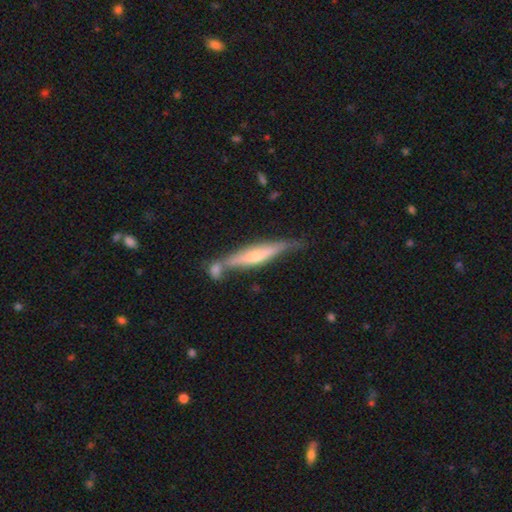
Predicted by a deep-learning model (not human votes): This is likely a featured or disk galaxy (61%). It is clearly viewed edge-on (90%). Edge-on bulge: likely rounded (67%). Merging: possibly none (49%).